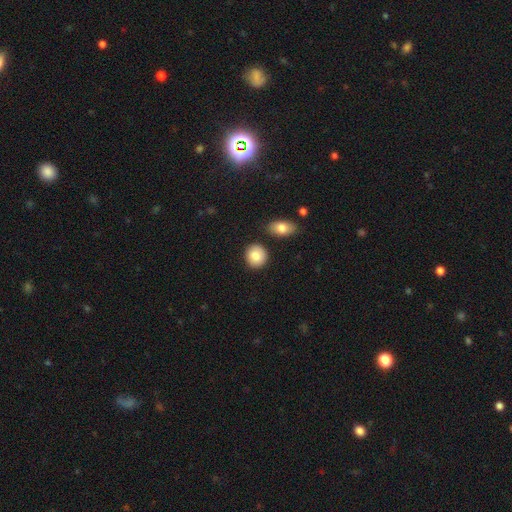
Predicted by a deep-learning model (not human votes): Morphology: type=smooth (84%); roundness=round (82%); merging=none (85%).